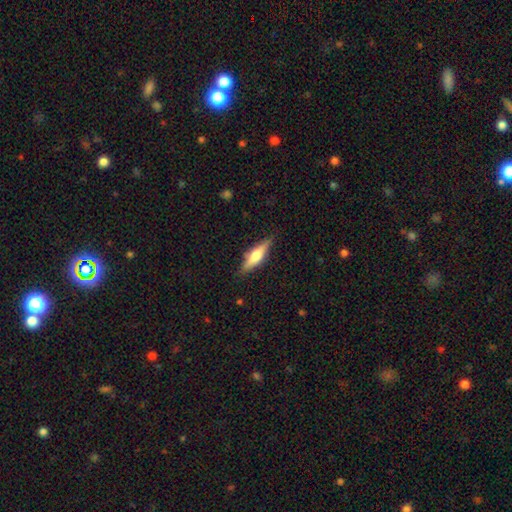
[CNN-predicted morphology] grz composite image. It shows a featured or disk galaxy (50%). Merging: none (86%).